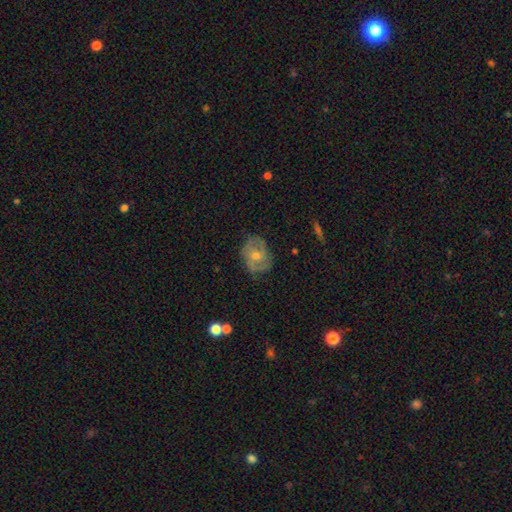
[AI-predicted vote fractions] The model was most divided on "spiral winding": tight: 44%, medium: 41%, loose: 14%. Remaining: edge-on disk — no (97%); spiral arms — yes (84%); merging — none (75%); smooth or featured — featured or disk (69%); bar — no (64%); bulge size — moderate (55%); spiral arm count — 2 (40%).